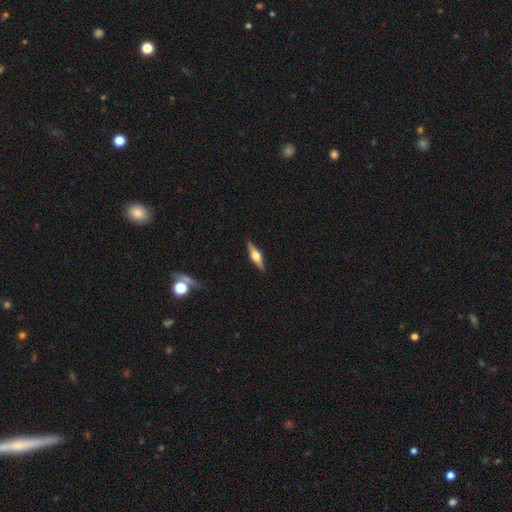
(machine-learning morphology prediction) smooth-or-featured: featured or disk: 66% | smooth: 28% | star or artifact: 6%
  disk-edge-on: yes: 96% | no: 4%
    edge-on-bulge: rounded: 93% | boxy: 5% | none: 2%
  merging: none: 89% | minor disturbance: 8% | major disturbance: 2% | merger: 1%